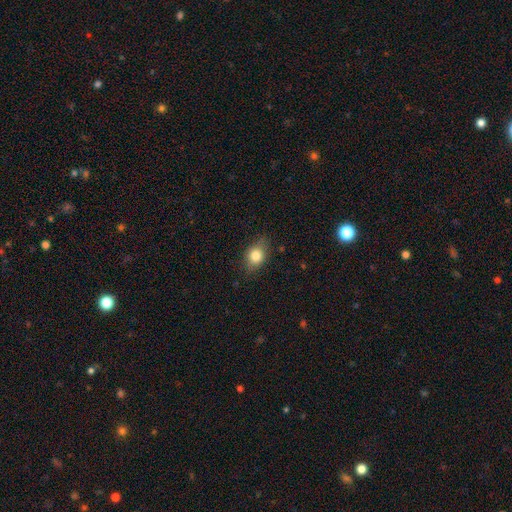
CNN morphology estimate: This appears to be a smooth galaxy with no disk features (80%) that is in between round and cigar-shaped (64%). Merging: none (75%).